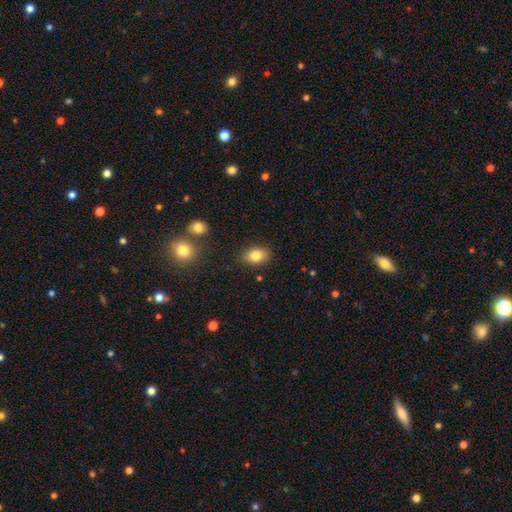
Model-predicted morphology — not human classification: Smooth or featured? smooth (82%)
How rounded? in between (77%)
Merging? none (85%)